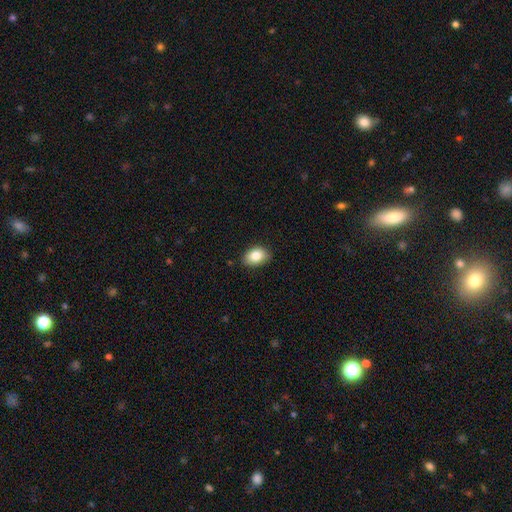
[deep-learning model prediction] Smooth or featured? Predicted: smooth (p=0.84). How rounded? Predicted: in between (p=0.82). Merging? Predicted: none (p=0.85).